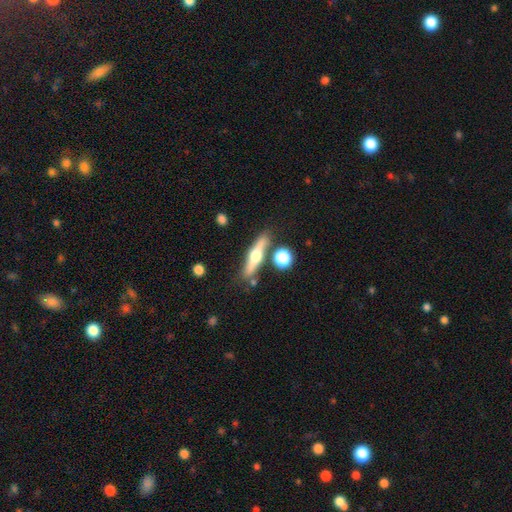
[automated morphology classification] type=featured or disk (59%); edge-on=yes (93%); edge-on bulge=rounded (94%); merging=none (77%).